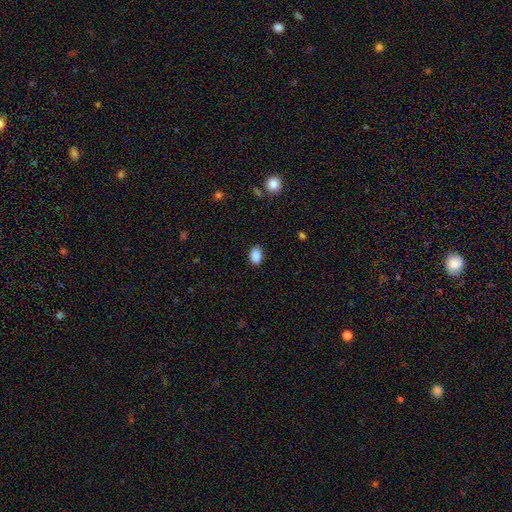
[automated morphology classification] smooth_or_featured: smooth (p=0.89) [alt: star or artifact p=0.08]
how_rounded: in between (p=0.88) [alt: round p=0.11]
merging: none (p=0.87) [alt: minor disturbance p=0.10]